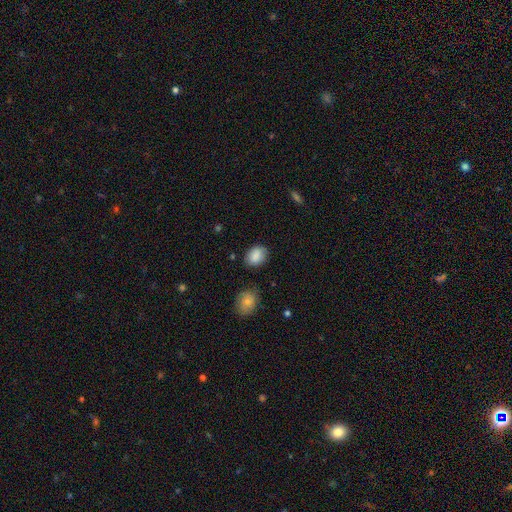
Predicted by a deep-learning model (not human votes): smooth-or-featured: smooth: 86% | star or artifact: 8% | featured or disk: 6%
  how-rounded: in between: 73% | round: 26% | cigar-shaped: 1%
  merging: none: 77% | minor disturbance: 17% | major disturbance: 4% | merger: 3%